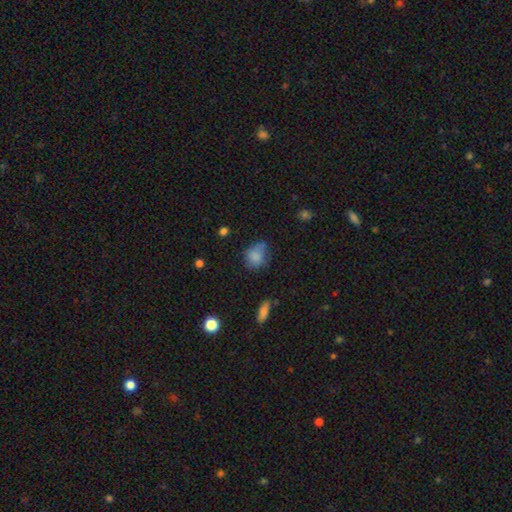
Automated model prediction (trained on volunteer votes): Smooth or featured? Predicted: smooth (p=0.79). How rounded? Predicted: round (p=0.57). Merging? Predicted: none (p=0.47).